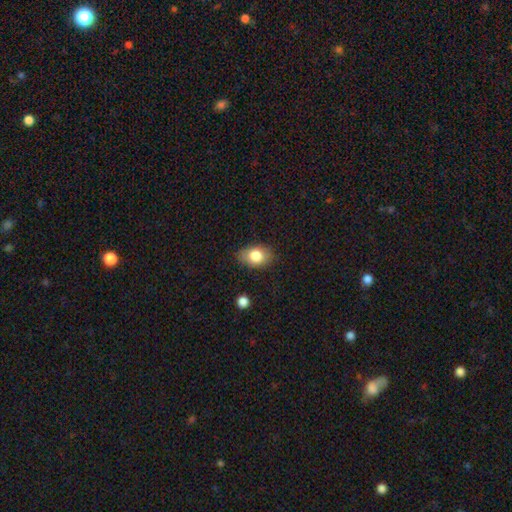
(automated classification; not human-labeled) Smooth or featured: smooth — 80% (featured or disk — 12%)
How rounded: in between — 82% (round — 17%)
Merging: none — 78% (minor disturbance — 17%)